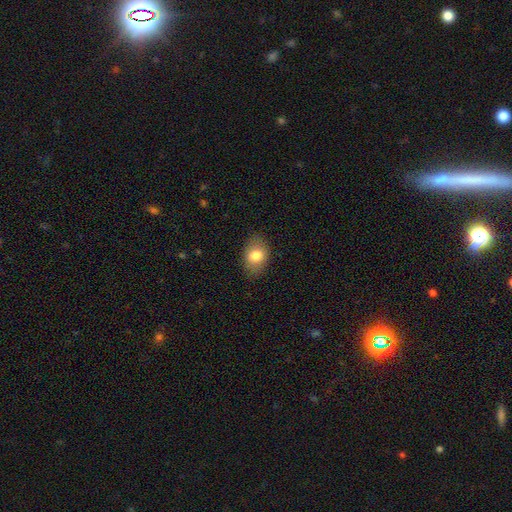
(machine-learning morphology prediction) Overall: smooth (80%). How rounded: in between (77%). Merging: none (82%).